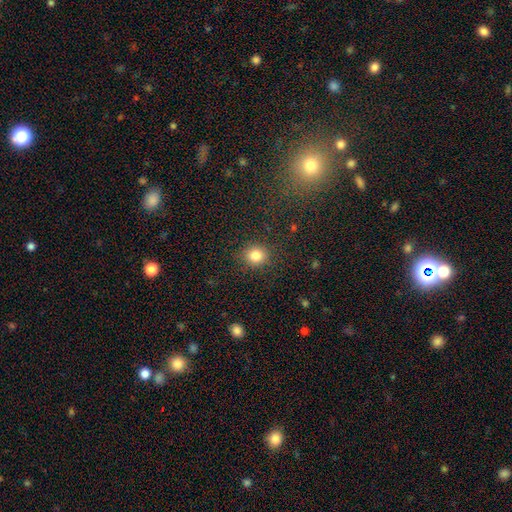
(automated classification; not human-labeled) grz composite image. It shows a smooth galaxy with no disk features (83%) that is round (83%). Merging: none (87%).